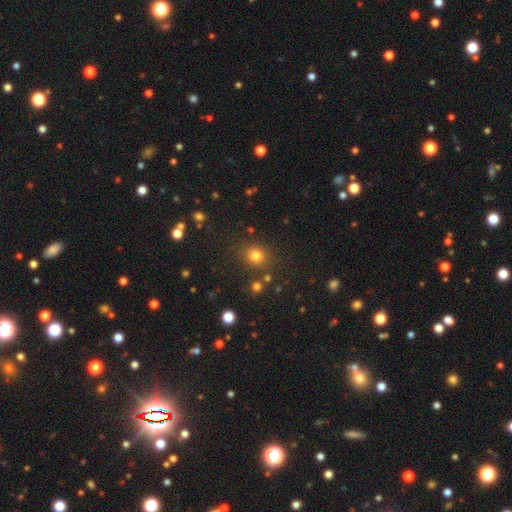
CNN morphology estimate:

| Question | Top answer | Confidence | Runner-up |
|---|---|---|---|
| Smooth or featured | smooth | 78% | star or artifact (16%) |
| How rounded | round | 84% | in between (15%) |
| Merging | none | 84% | minor disturbance (8%) |